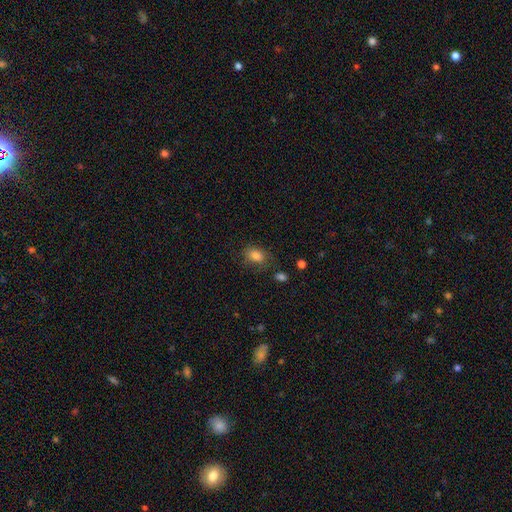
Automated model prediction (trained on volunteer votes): smooth_or_featured: smooth (p=0.83) [alt: star or artifact p=0.10]
how_rounded: in between (p=0.76) [alt: round p=0.23]
merging: none (p=0.70) [alt: minor disturbance p=0.20]